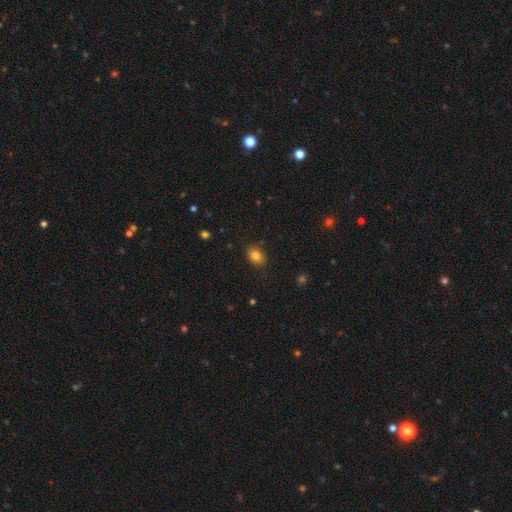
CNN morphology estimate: A smooth galaxy with no disk features (82%) that is in between round and cigar-shaped (62%). Merging: none (83%).